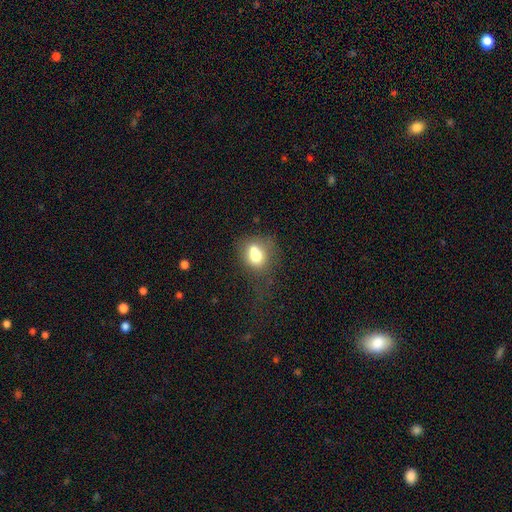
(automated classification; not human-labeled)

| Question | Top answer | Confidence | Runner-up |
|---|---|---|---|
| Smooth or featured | smooth | 70% | featured or disk (19%) |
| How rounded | round | 57% | in between (41%) |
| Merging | none | 37% | merger (34%) |